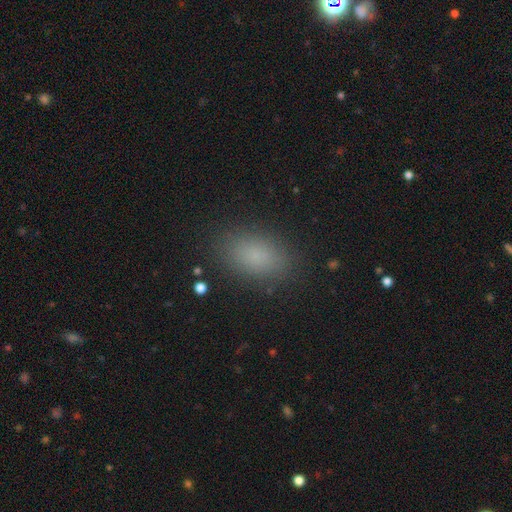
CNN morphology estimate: Q: Smooth or featured?
A: smooth (82%); runner-up: star or artifact (12%)
Q: How rounded?
A: in between (88%); runner-up: round (10%)
Q: Merging?
A: none (86%); runner-up: minor disturbance (10%)